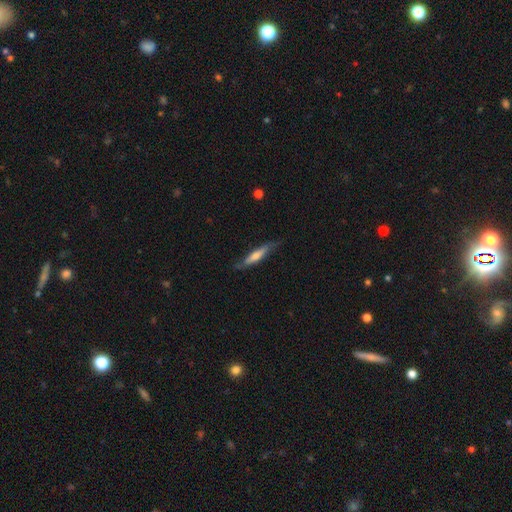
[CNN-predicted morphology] Smooth or featured? Predicted: smooth (p=0.55). How rounded? Predicted: cigar-shaped (p=0.85). Merging? Predicted: none (p=0.71).